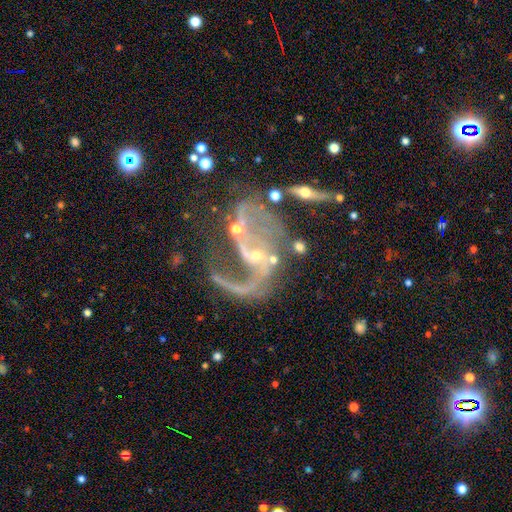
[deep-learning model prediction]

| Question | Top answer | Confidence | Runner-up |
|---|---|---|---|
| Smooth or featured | featured or disk | 82% | star or artifact (11%) |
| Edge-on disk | no | 97% | yes (3%) |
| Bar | no | 47% | weak (35%) |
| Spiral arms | yes | 86% | no (14%) |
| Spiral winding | loose | 56% | medium (32%) |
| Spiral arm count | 2 | 58% | 1 (25%) |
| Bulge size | small | 65% | moderate (21%) |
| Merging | major disturbance | 32% | none (30%) |